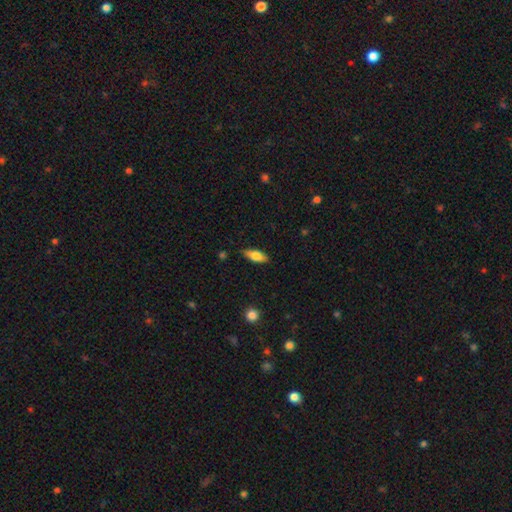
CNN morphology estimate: A smooth galaxy with no disk features (73%) that is in between round and cigar-shaped (77%).

Vote fractions:
- Smooth or featured? smooth: 73% / featured or disk: 20% / star or artifact: 7%
- How rounded? in between: 77% / cigar-shaped: 21% / round: 3%
- Merging? none: 83% / minor disturbance: 13% / major disturbance: 2% / merger: 1%